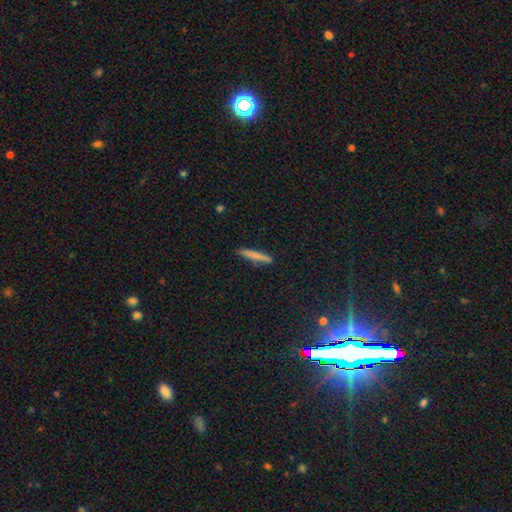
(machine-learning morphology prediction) Overall: smooth (78%). How rounded: cigar-shaped (94%). Merging: none (88%).